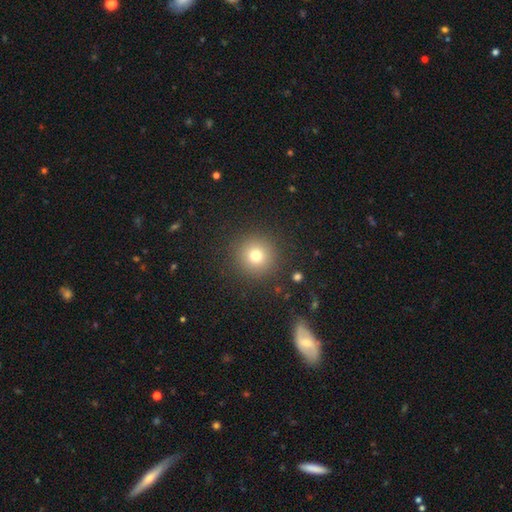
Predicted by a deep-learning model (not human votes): Q: Smooth or featured?
A: smooth (76%); runner-up: star or artifact (15%)
Q: How rounded?
A: round (94%); runner-up: in between (5%)
Q: Merging?
A: none (90%); runner-up: minor disturbance (6%)